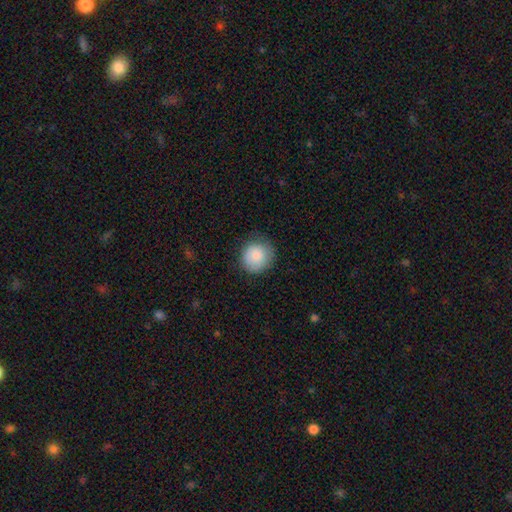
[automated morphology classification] Smooth or featured? smooth (85%)
How rounded? round (89%)
Merging? none (72%)